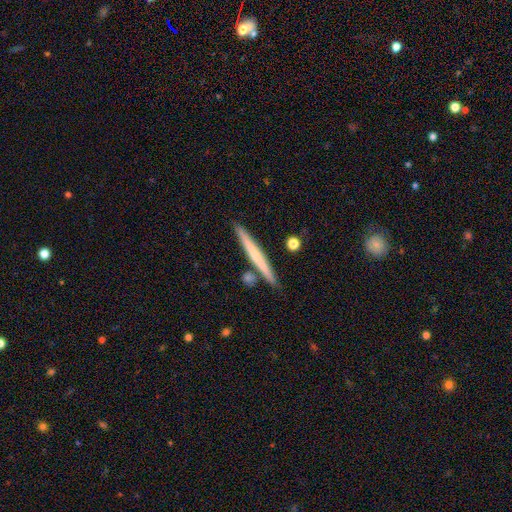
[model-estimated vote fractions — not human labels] Q: Smooth or featured?
A: smooth (53%); runner-up: featured or disk (42%)
Q: How rounded?
A: cigar-shaped (97%); runner-up: in between (2%)
Q: Merging?
A: none (85%); runner-up: minor disturbance (8%)